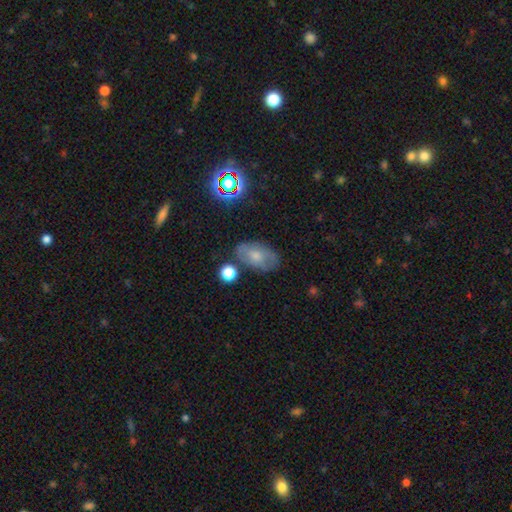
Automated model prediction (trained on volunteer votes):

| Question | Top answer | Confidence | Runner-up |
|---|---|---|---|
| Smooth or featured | smooth | 54% | featured or disk (34%) |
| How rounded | in between | 88% | round (10%) |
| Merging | none | 67% | minor disturbance (21%) |